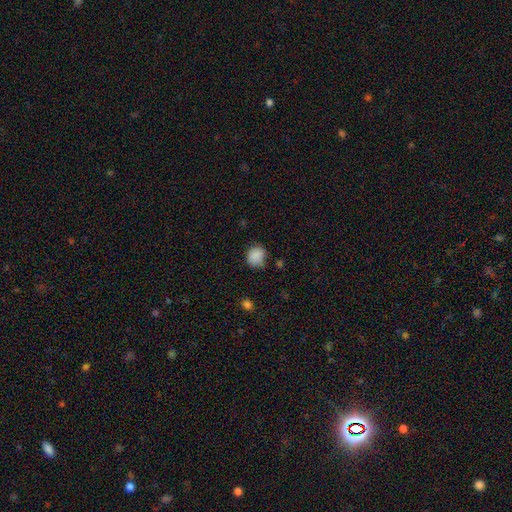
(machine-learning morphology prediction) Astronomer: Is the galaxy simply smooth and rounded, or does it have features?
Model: smooth — 87%.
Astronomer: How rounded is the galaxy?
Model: round — 80%.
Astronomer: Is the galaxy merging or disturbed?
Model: none — 70%.